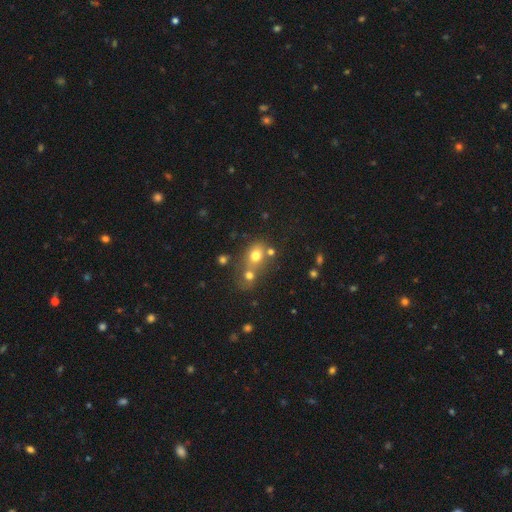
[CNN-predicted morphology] type=smooth (72%); roundness=round (52%); merging=merger (44%).